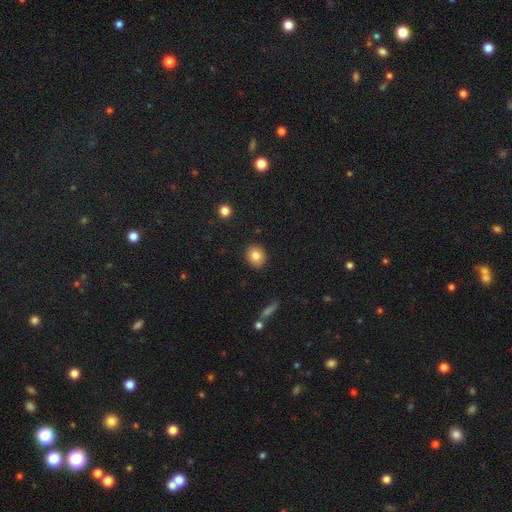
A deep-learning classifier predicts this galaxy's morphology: The model was most divided on "how rounded": round: 69%, in between: 30%, cigar-shaped: 1%. More confident: merging — none (90%); smooth or featured — smooth (82%).